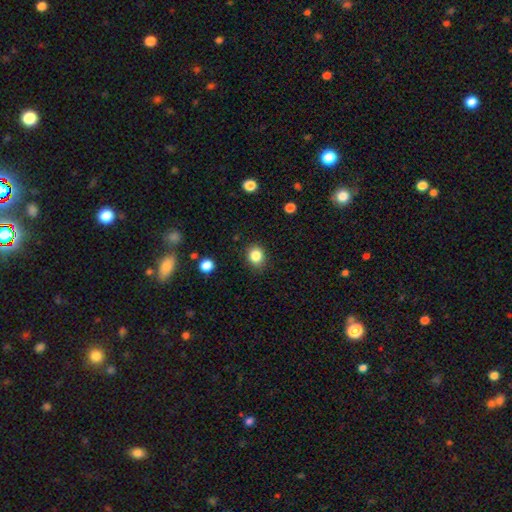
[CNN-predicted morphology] Smooth or featured?
  - smooth: 85% *
  - star or artifact: 11%
  - featured or disk: 5%
How rounded?
  - round: 73% *
  - in between: 26%
  - cigar-shaped: 1%
Merging?
  - none: 85% *
  - minor disturbance: 11%
  - major disturbance: 3%
  - merger: 1%